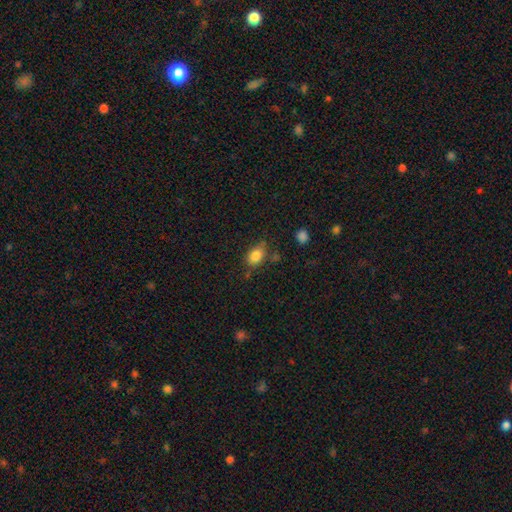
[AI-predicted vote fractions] Overall: smooth (83%). How rounded: in between (75%). Merging: none (64%).